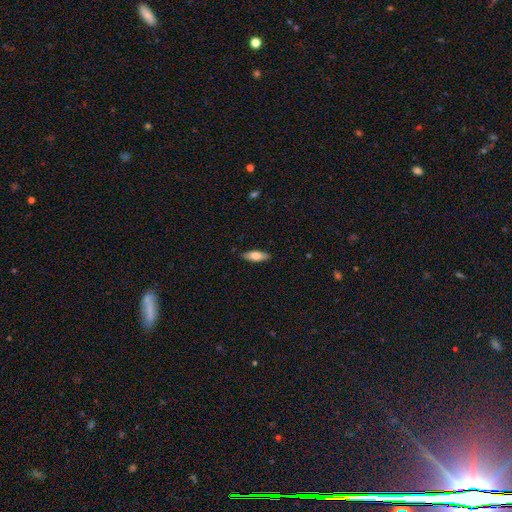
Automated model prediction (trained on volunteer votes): The model was most divided on "how rounded": in between: 64%, cigar-shaped: 34%, round: 2%. More confident: merging — none (87%); smooth or featured — smooth (73%).